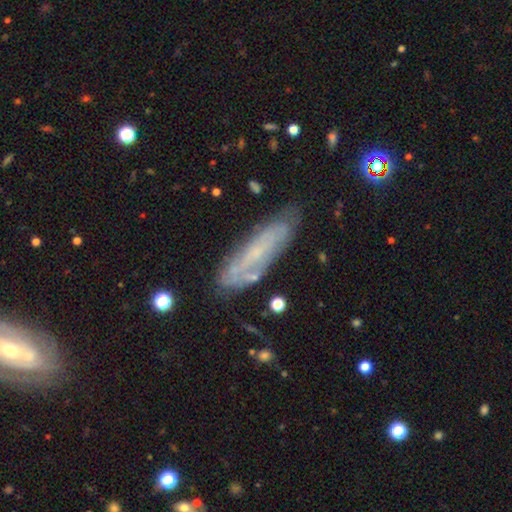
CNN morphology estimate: Smooth or featured: featured or disk — 51% (smooth — 38%)
Edge-on disk: no — 60% (yes — 40%)
Merging: none — 75% (minor disturbance — 17%)